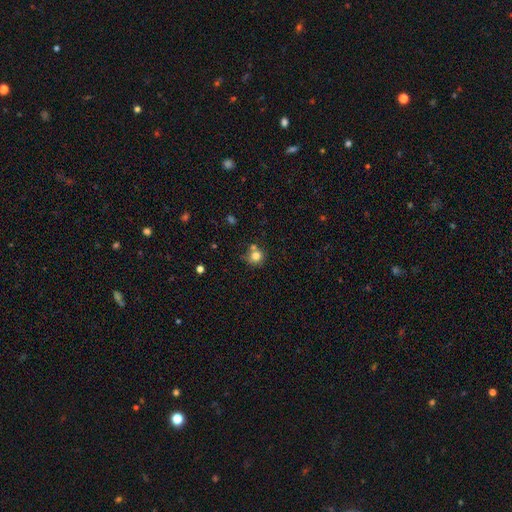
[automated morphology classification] type=smooth (79%); roundness=round (89%); merging=none (63%).